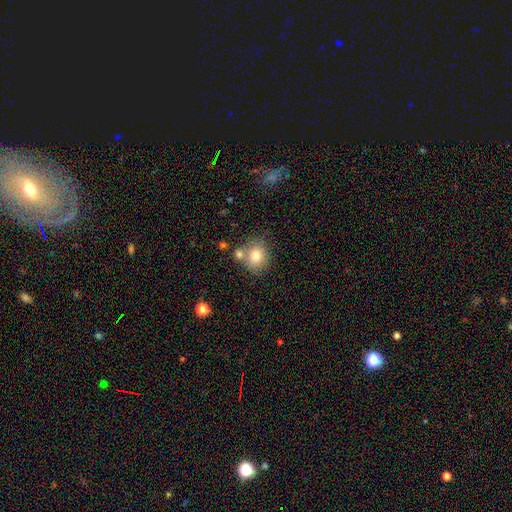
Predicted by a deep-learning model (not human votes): Morphology: type=smooth (80%); roundness=round (72%); merging=none (60%).